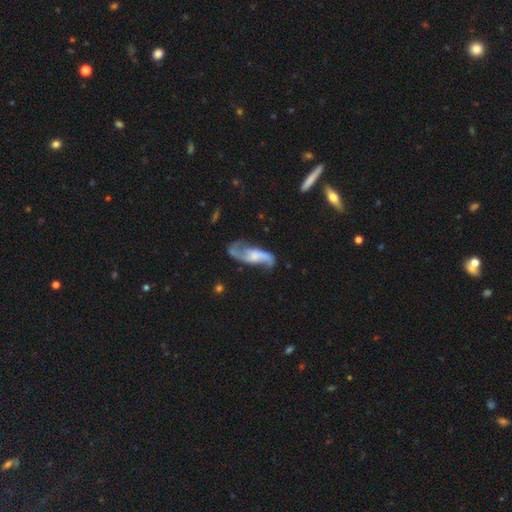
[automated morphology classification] smooth_or_featured: featured or disk (p=0.81) [alt: smooth p=0.13]
disk_edge_on: no (p=0.93) [alt: yes p=0.07]
bar: no (p=0.48) [alt: weak p=0.38]
has_spiral_arms: yes (p=0.94) [alt: no p=0.06]
spiral_winding: loose (p=0.69) [alt: medium p=0.25]
spiral_arm_count: 2 (p=0.89) [alt: can't tell p=0.04]
bulge_size: none (p=0.33) [alt: small p=0.32]
merging: none (p=0.57) [alt: minor disturbance p=0.21]